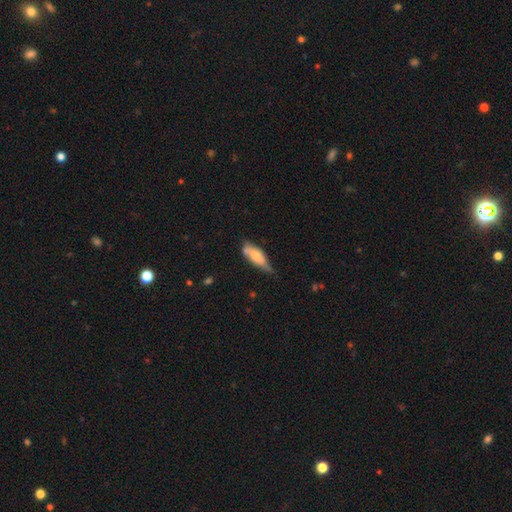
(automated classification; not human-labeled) Smooth or featured? smooth (59%)
How rounded? in between (60%)
Merging? none (46%)